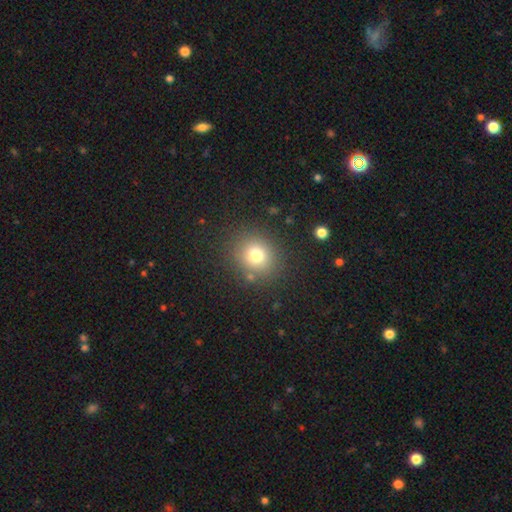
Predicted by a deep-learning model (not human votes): Smooth or featured? smooth (75%)
How rounded? round (82%)
Merging? none (84%)